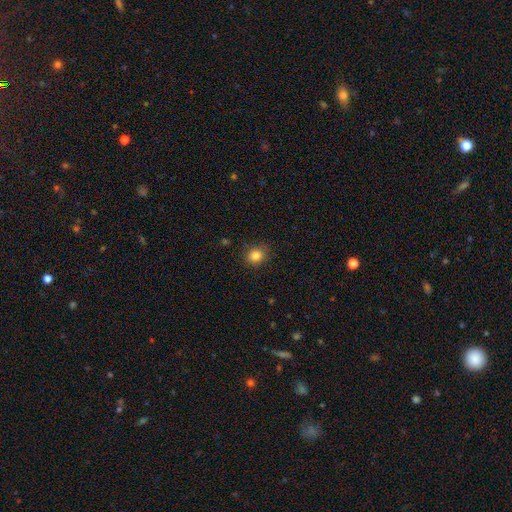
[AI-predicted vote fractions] smooth_or_featured: smooth (p=0.84) [alt: star or artifact p=0.11]
how_rounded: round (p=0.78) [alt: in between p=0.21]
merging: none (p=0.86) [alt: minor disturbance p=0.11]